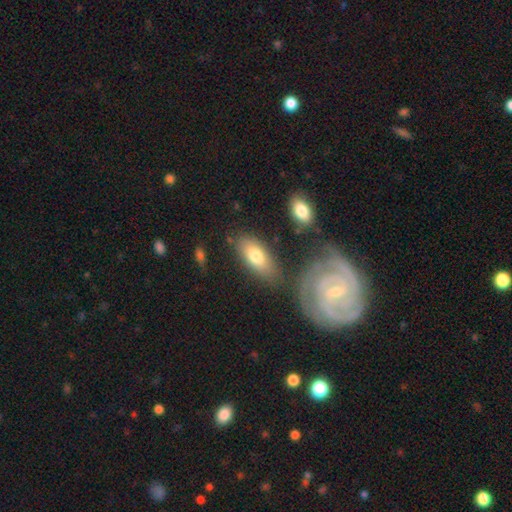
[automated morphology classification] Overall: smooth (76%). How rounded: in between (87%). Merging: none (75%).